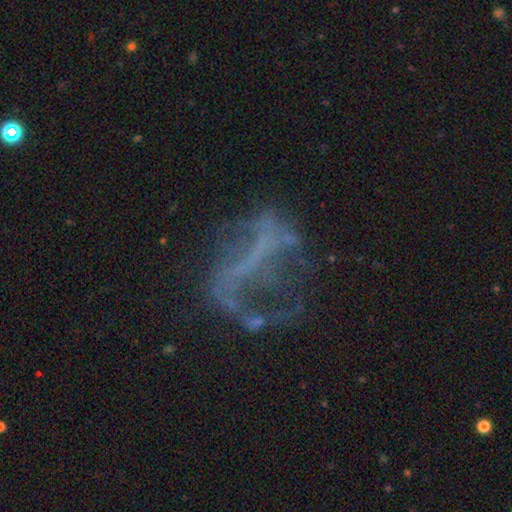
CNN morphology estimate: This is likely a featured or disk galaxy (62%). It is clearly not viewed edge-on (92%). Bar: marginally no (43%). Spiral arm pattern: likely no (62%). Central bulge: clearly none (80%). Merging: marginally none (41%).